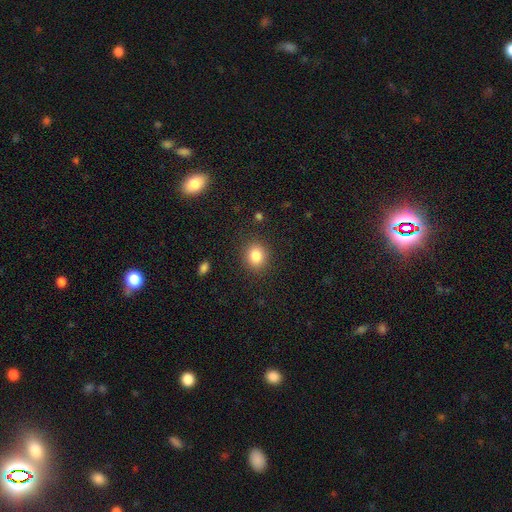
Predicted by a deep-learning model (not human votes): Overall: smooth (83%). How rounded: round (68%; in between 31%). Merging: none (88%).